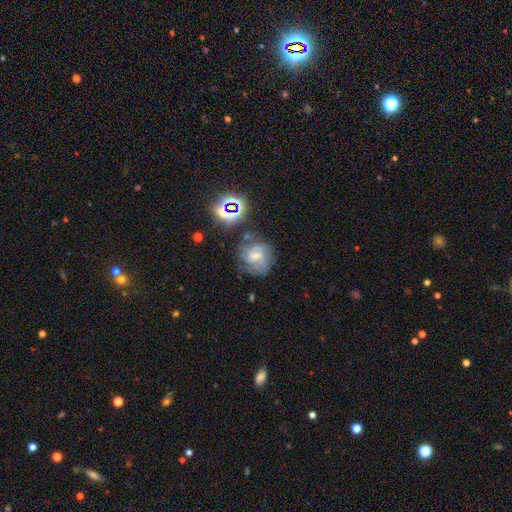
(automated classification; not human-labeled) Smooth or featured? featured or disk (67%)
Edge-on disk? no (97%)
Bar? weak (46%)
Spiral arms? yes (89%)
Spiral winding? tight (44%)
Spiral arm count? 2 (35%)
Bulge size? small (55%)
Merging? none (60%)